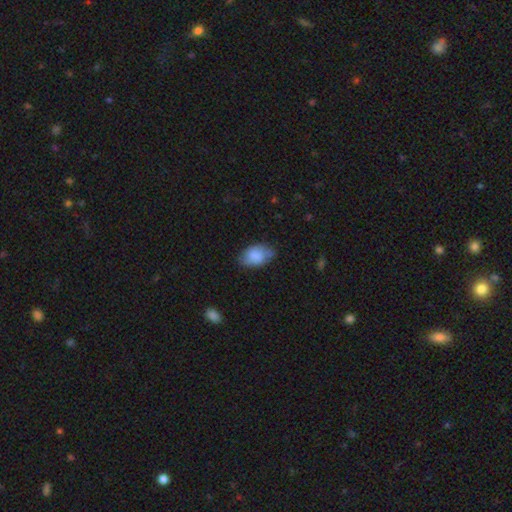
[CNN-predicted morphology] smooth_or_featured: smooth (p=0.72) [alt: featured or disk p=0.21]
how_rounded: in between (p=0.91) [alt: round p=0.07]
merging: none (p=0.63) [alt: minor disturbance p=0.28]